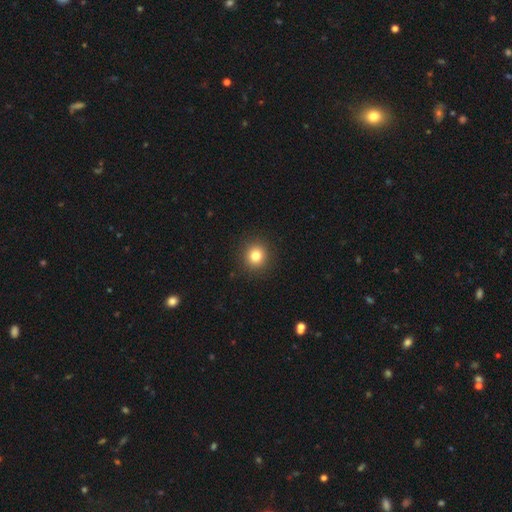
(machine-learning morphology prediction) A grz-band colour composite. It shows a smooth galaxy with no disk features (81%) that is round (92%). Merging: none (92%).